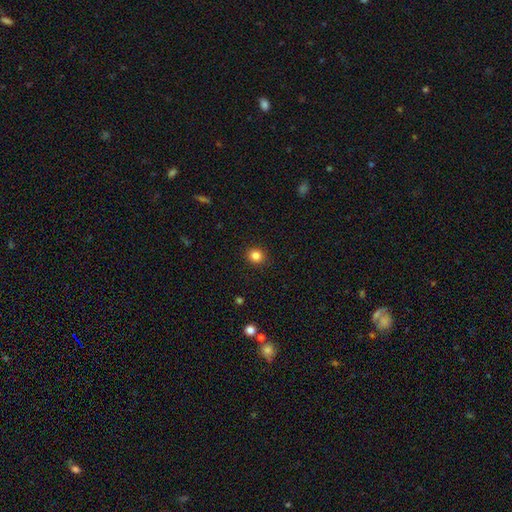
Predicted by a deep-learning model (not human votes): Smooth or featured?
  - smooth: 84% *
  - star or artifact: 11%
  - featured or disk: 4%
How rounded?
  - round: 87% *
  - in between: 12%
  - cigar-shaped: 1%
Merging?
  - none: 92% *
  - minor disturbance: 6%
  - major disturbance: 2%
  - merger: 1%